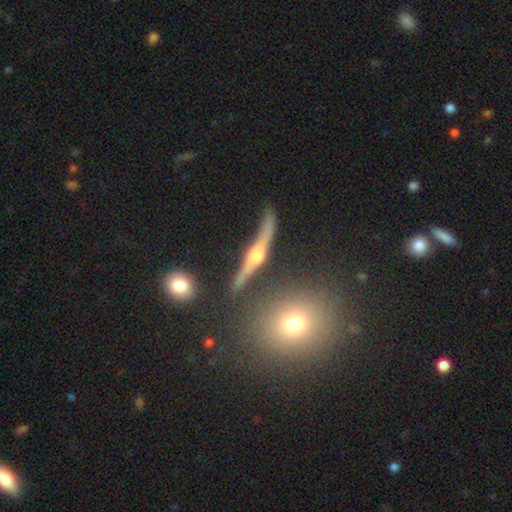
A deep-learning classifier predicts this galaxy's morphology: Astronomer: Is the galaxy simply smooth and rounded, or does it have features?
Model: featured or disk — 83%.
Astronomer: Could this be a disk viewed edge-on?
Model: yes — 92%.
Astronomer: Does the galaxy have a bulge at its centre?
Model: rounded — 93%.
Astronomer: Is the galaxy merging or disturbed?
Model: none — 76%.